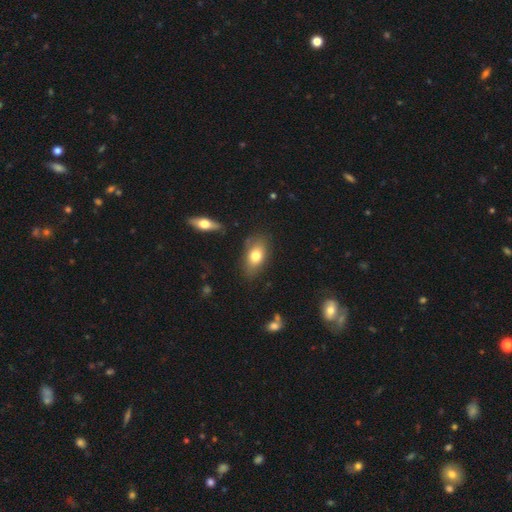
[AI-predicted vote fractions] Morphology: type=smooth (73%); roundness=in between (86%); merging=none (77%).